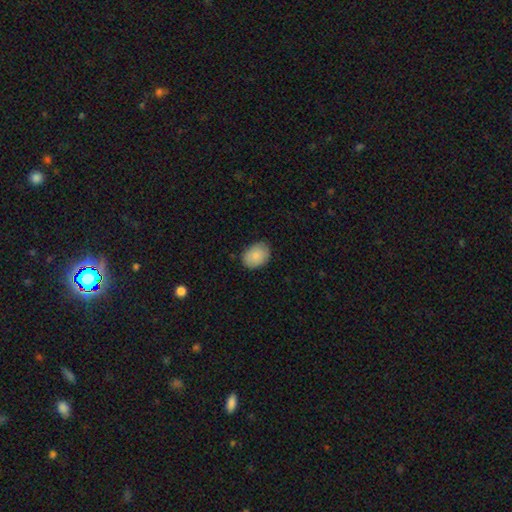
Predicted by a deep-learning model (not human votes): A smooth galaxy with no disk features (87%) that is in between round and cigar-shaped (71%). Merging: none (83%).